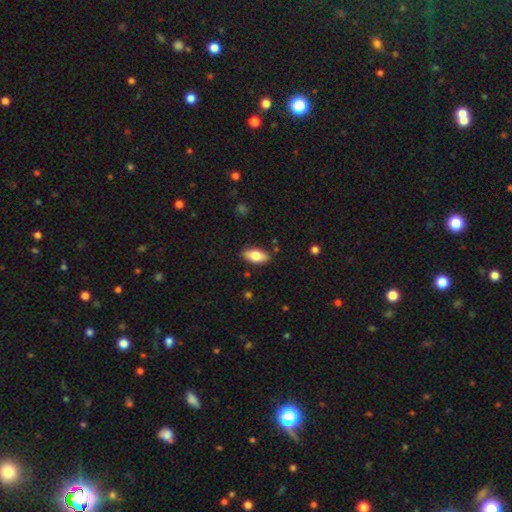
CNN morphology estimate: The model was most divided on "smooth or featured": smooth: 76%, featured or disk: 18%, star or artifact: 7%. More confident: how rounded — in between (88%); merging — none (86%).